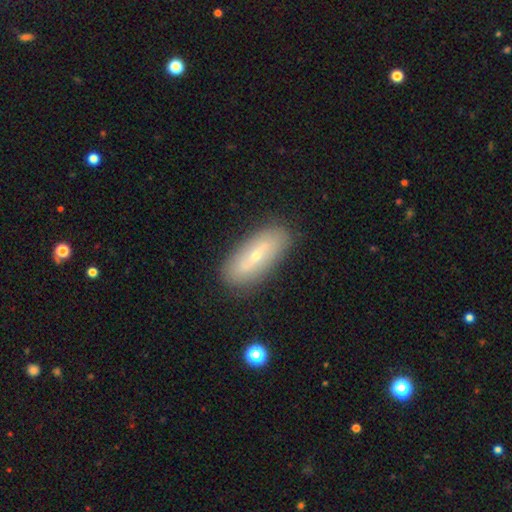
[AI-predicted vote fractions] Smooth or featured?
  - featured or disk: 51% *
  - smooth: 42%
  - star or artifact: 7%
Edge-on disk?
  - no: 72% *
  - yes: 28%
Merging?
  - none: 85% *
  - minor disturbance: 11%
  - major disturbance: 3%
  - merger: 2%